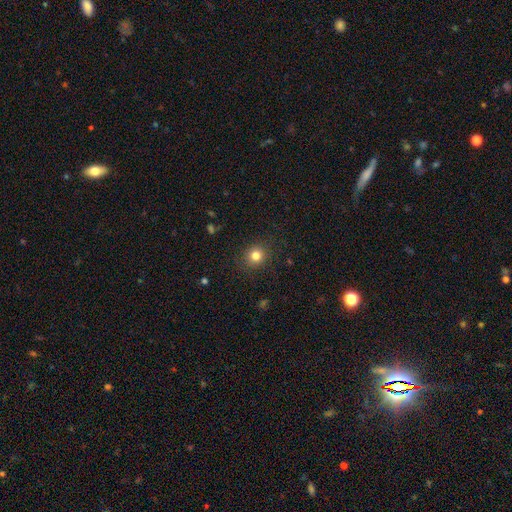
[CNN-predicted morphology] Smooth or featured: smooth — 81% (star or artifact — 12%)
How rounded: round — 83% (in between — 16%)
Merging: none — 88% (minor disturbance — 8%)